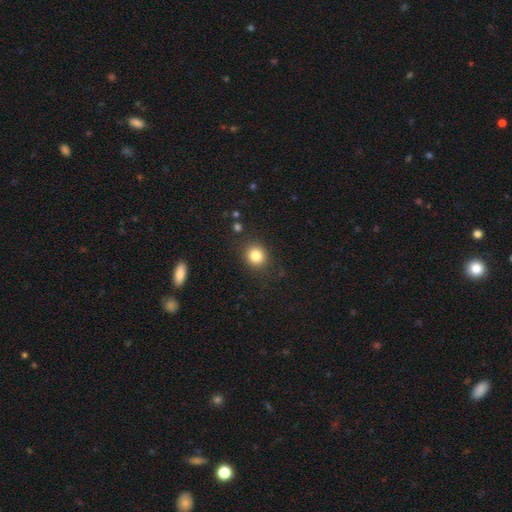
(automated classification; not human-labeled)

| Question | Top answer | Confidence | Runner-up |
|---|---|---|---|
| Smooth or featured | smooth | 83% | star or artifact (11%) |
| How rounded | round | 83% | in between (16%) |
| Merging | none | 87% | minor disturbance (8%) |